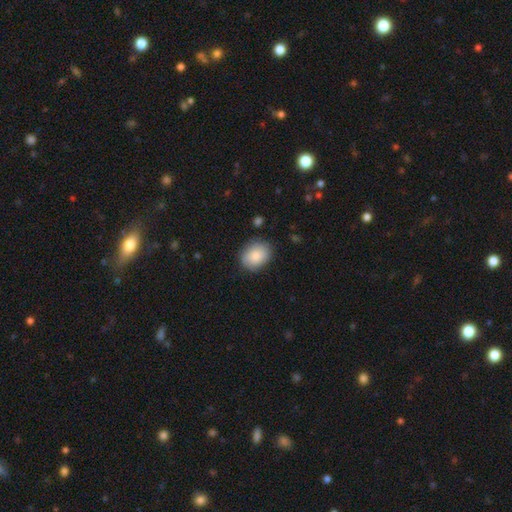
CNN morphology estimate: smooth-or-featured: smooth: 83% | featured or disk: 11% | star or artifact: 7%
  how-rounded: in between: 51% | round: 48% | cigar-shaped: 1%
  merging: none: 80% | minor disturbance: 15% | major disturbance: 4% | merger: 1%